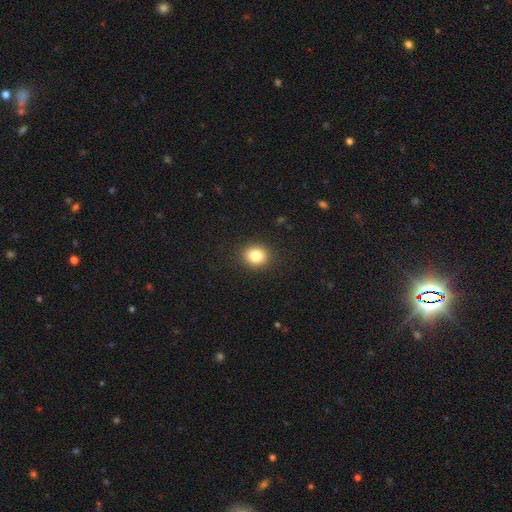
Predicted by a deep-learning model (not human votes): Overall: smooth (82%). How rounded: round (75%). Merging: none (90%).